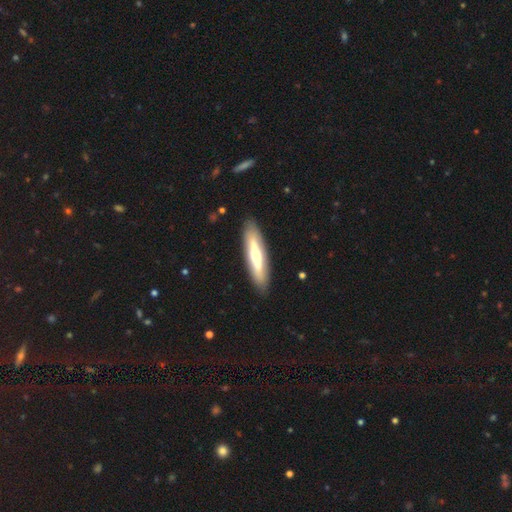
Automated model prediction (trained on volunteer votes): Smooth or featured?
  - featured or disk: 50% *
  - smooth: 45%
  - star or artifact: 5%
Edge-on disk?
  - yes: 72% *
  - no: 28%
Merging?
  - none: 88% *
  - minor disturbance: 8%
  - major disturbance: 2%
  - merger: 1%